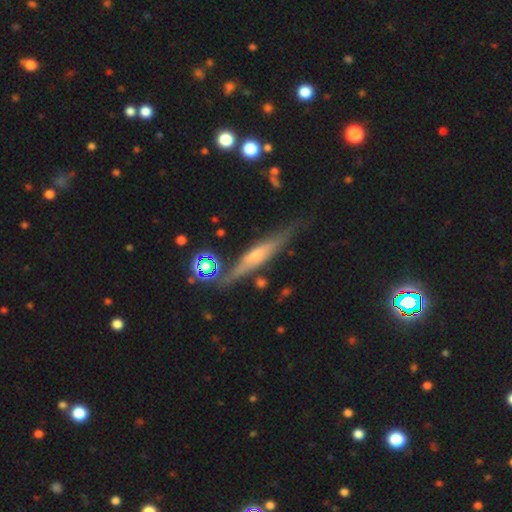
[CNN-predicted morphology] Q: Smooth or featured?
A: featured or disk (66%); runner-up: smooth (26%)
Q: Edge-on disk?
A: yes (92%); runner-up: no (8%)
Q: Edge-on bulge?
A: rounded (60%); runner-up: none (24%)
Q: Merging?
A: none (76%); runner-up: minor disturbance (16%)